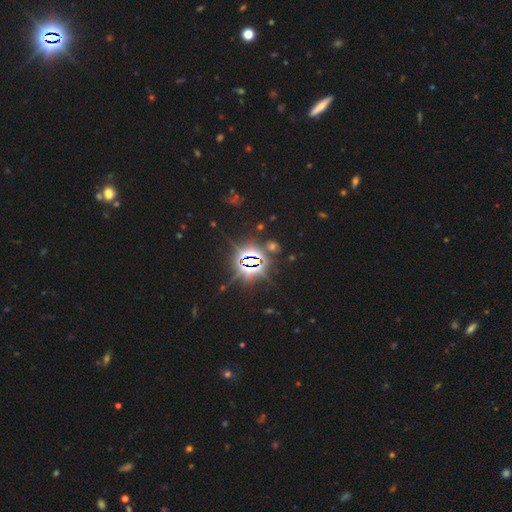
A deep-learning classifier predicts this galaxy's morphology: Smooth or featured? star or artifact (85%)